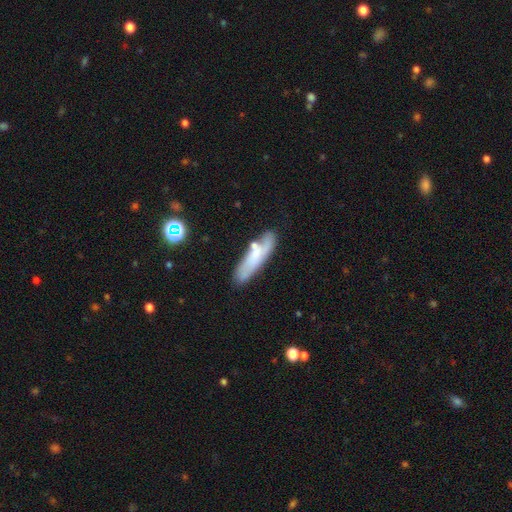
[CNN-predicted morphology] This is possibly a smooth galaxy (55%). How rounded: likely cigar-shaped (68%). Merging: likely none (66%).